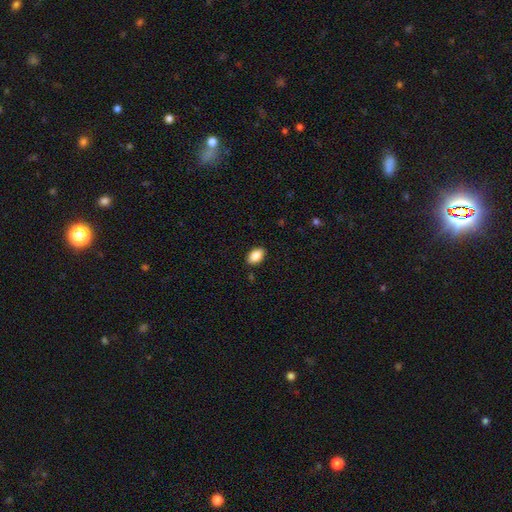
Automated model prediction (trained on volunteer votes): This appears to be a smooth galaxy with no disk features (85%) that is in between round and cigar-shaped (91%). Merging: none (88%).